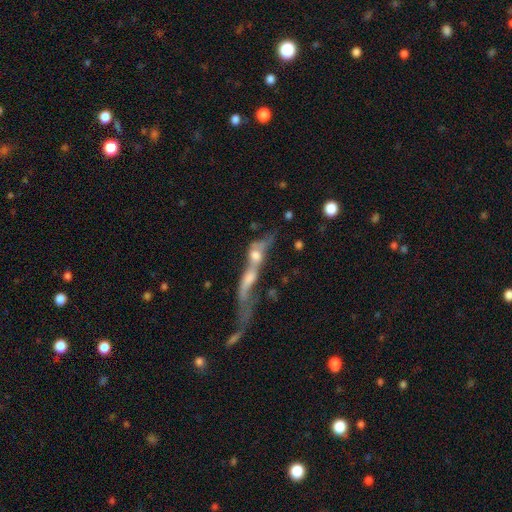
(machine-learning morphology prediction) smooth-or-featured: featured or disk: 56% | smooth: 28% | star or artifact: 16%
  disk-edge-on: no: 56% | yes: 44%
  merging: merger: 55% | major disturbance: 22% | none: 15% | minor disturbance: 8%